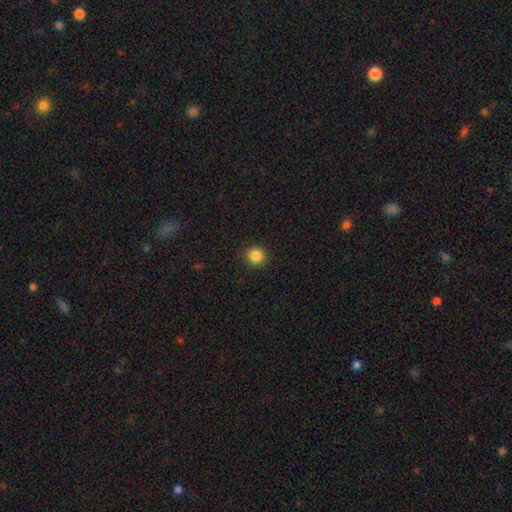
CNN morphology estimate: A smooth galaxy with no disk features (86%) that is round (93%). Merging: none (92%).